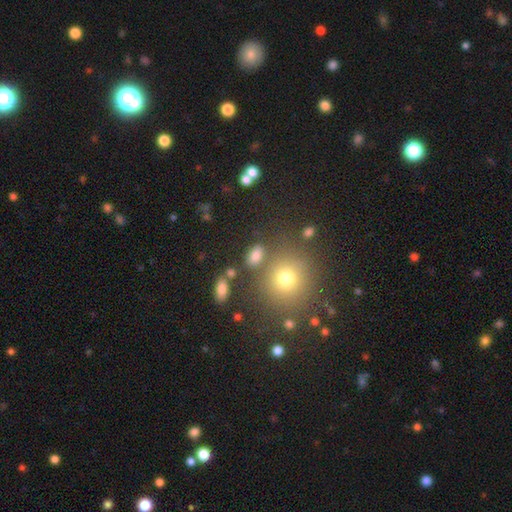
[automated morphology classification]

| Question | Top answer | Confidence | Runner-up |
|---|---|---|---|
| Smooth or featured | smooth | 76% | star or artifact (15%) |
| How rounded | in between | 79% | round (18%) |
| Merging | none | 71% | minor disturbance (12%) |